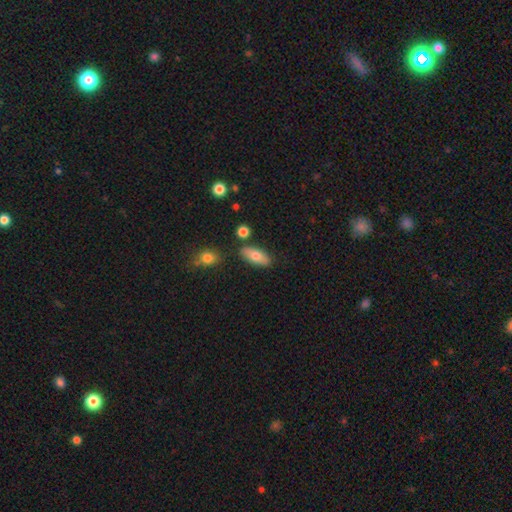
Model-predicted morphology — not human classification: Q: Smooth or featured?
A: smooth (74%); runner-up: featured or disk (19%)
Q: How rounded?
A: in between (84%); runner-up: cigar-shaped (13%)
Q: Merging?
A: none (81%); runner-up: minor disturbance (12%)